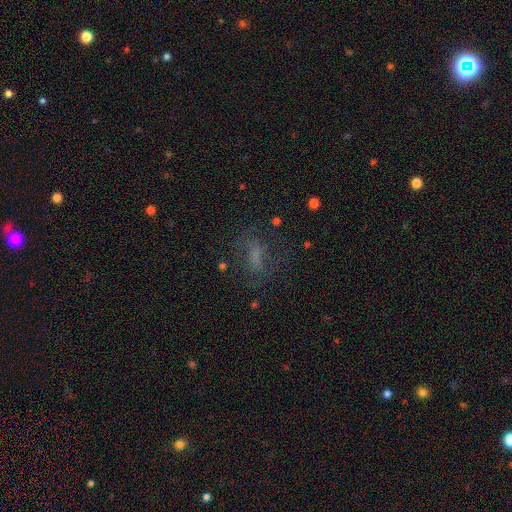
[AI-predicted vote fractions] The model was most divided on "smooth or featured": smooth: 47%, featured or disk: 29%, star or artifact: 24%. More confident: merging — none (62%).